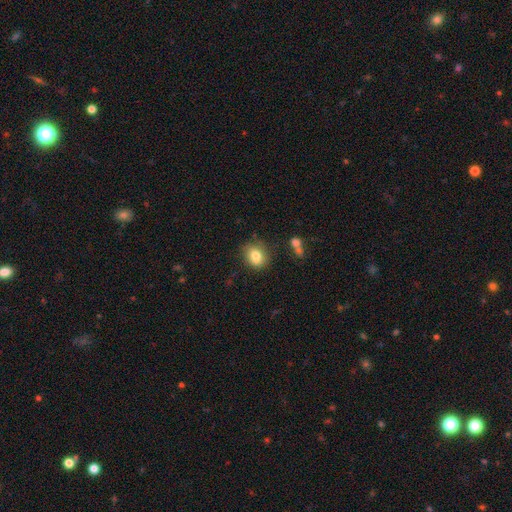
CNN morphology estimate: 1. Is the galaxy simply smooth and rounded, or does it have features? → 80% smooth, 11% featured or disk, 10% star or artifact.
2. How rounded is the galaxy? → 56% round, 43% in between, 1% cigar-shaped.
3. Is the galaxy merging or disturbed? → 73% none, 18% minor disturbance, 5% merger, 4% major disturbance.